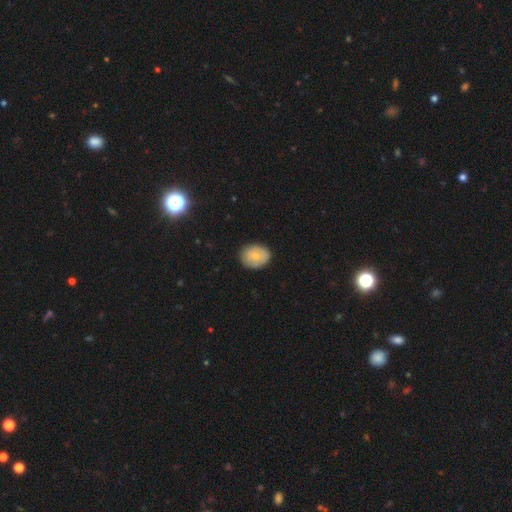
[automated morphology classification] The model was most divided on "how rounded": in between: 55%, round: 44%, cigar-shaped: 1%. More confident: merging — none (84%); smooth or featured — smooth (73%).